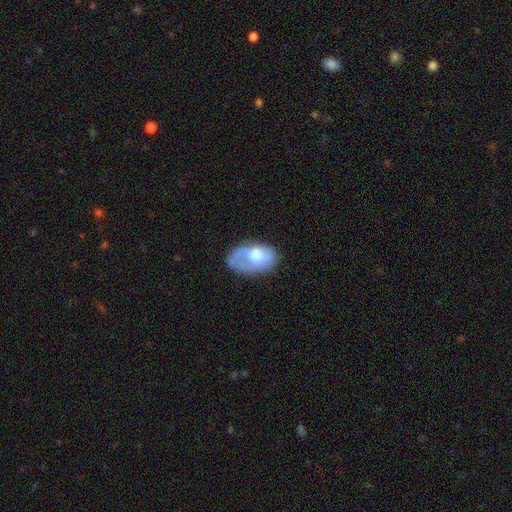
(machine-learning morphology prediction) A smooth galaxy with no disk features (59%) that is in between round and cigar-shaped (91%). Merging: none (46%).